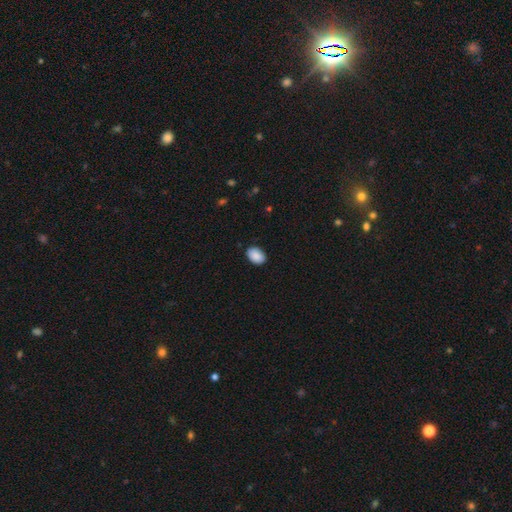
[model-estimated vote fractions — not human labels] This appears to be a smooth galaxy with no disk features (90%) that is in between round and cigar-shaped (84%). Merging: none (86%).